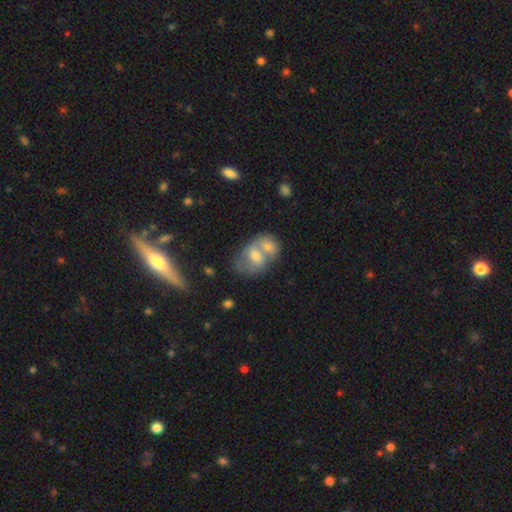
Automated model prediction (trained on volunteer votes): Smooth or featured? Predicted: smooth (p=0.47). Merging? Predicted: merger (p=0.58).